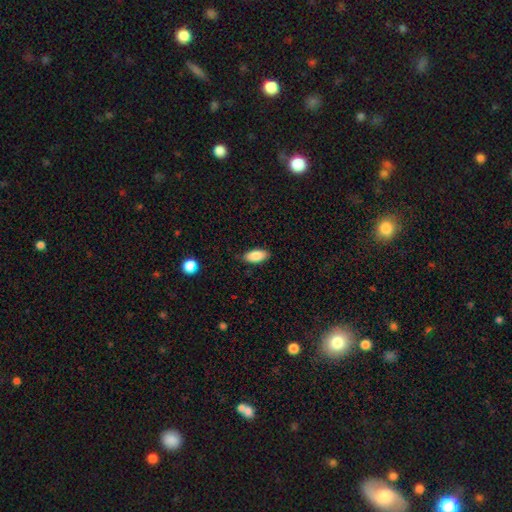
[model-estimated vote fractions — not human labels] smooth 87%, star or artifact 7%, featured or disk 6%. Down the decision tree: how rounded — in between (88%); merging — none (85%).